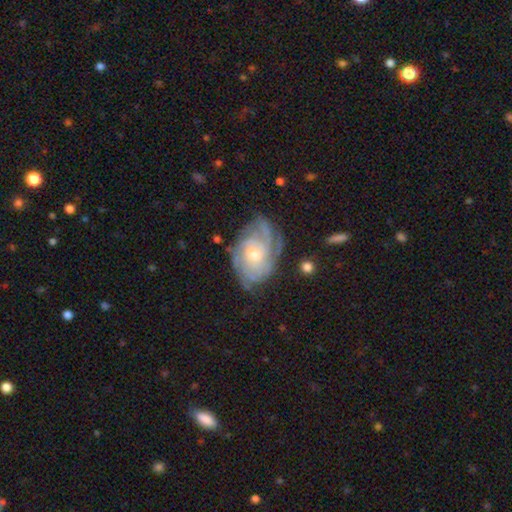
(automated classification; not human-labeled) featured or disk 83%, smooth 11%, star or artifact 6%. Down the decision tree: edge-on disk — no (96%); bar — no (56%); spiral arms — yes (94%); spiral arm count — can't tell (40%); spiral winding — tight (65%); bulge size — moderate (56%); merging — none (64%).